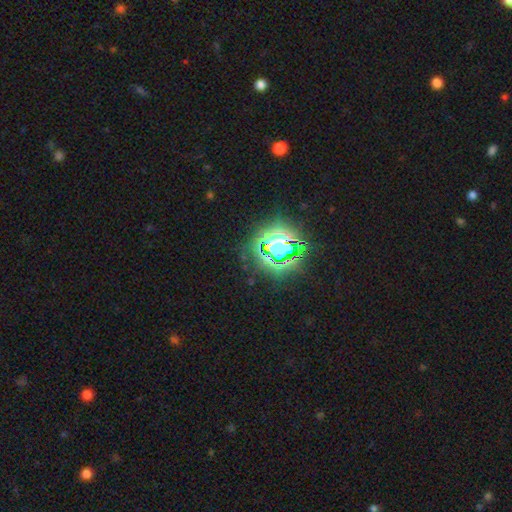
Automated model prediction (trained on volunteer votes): This is clearly a star or artifact rather than a galaxy (85%).